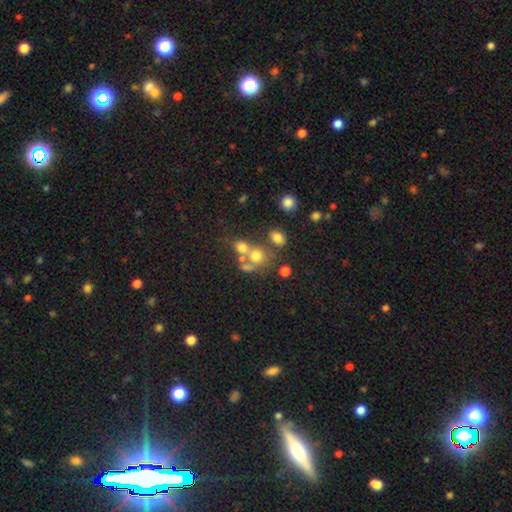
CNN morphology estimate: Overall: smooth (63%). How rounded: round (74%). Merging: merger (44%; none 38%).